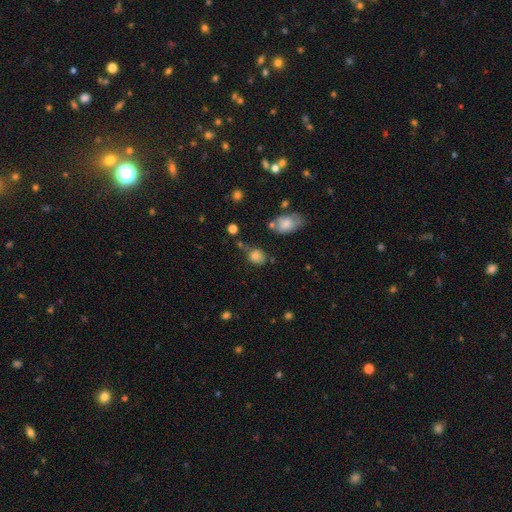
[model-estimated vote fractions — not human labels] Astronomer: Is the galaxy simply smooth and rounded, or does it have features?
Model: smooth — 80%.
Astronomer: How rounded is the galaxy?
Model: round — 55% (runner-up: in between, 44%).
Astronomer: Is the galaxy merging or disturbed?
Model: none — 63%.